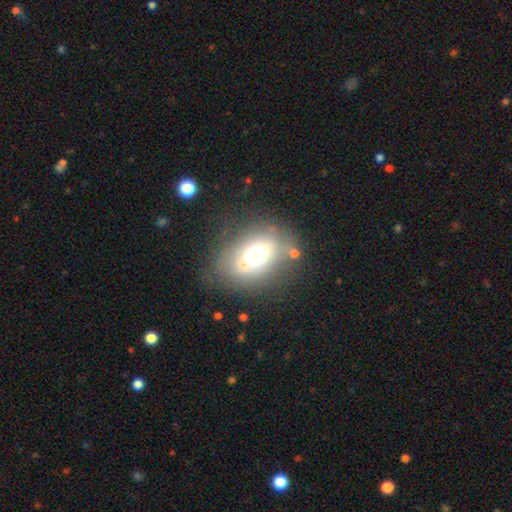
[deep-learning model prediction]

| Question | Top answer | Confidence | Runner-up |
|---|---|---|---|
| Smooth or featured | smooth | 60% | featured or disk (25%) |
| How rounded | in between | 63% | round (36%) |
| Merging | none | 59% | merger (16%) |